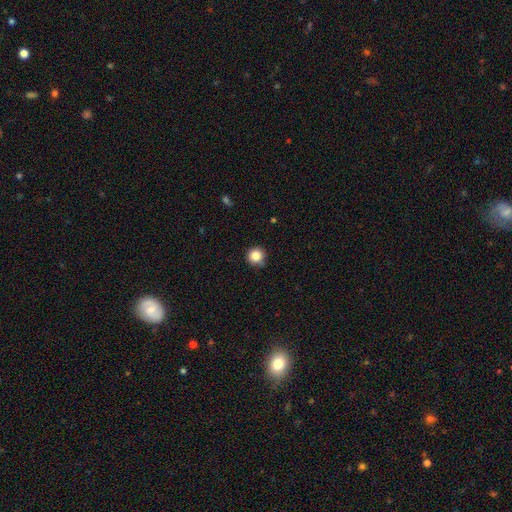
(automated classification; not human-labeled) Smooth or featured: smooth — 85% (star or artifact — 11%)
How rounded: round — 95% (in between — 4%)
Merging: none — 85% (minor disturbance — 11%)